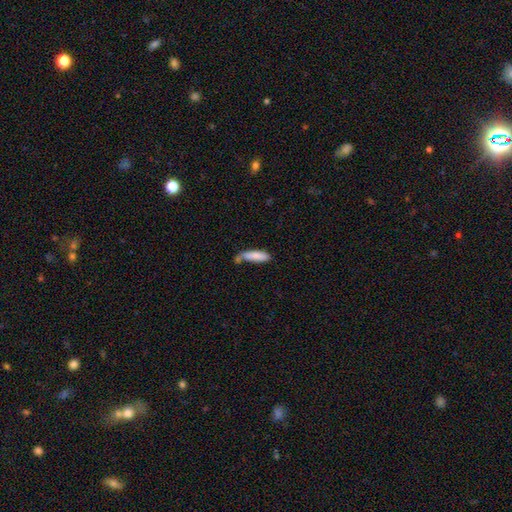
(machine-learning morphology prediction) A smooth galaxy with no disk features (83%) that is cigar-shaped (60%). Merging: none (48%).